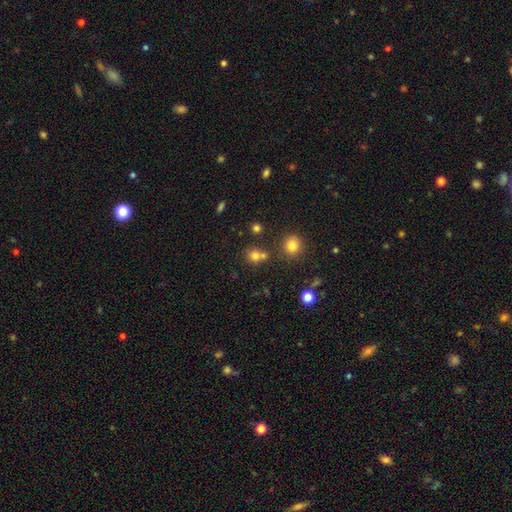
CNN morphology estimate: Smooth or featured?
  - smooth: 74% *
  - star or artifact: 18%
  - featured or disk: 8%
How rounded?
  - round: 86% *
  - in between: 13%
  - cigar-shaped: 1%
Merging?
  - none: 61% *
  - merger: 27%
  - minor disturbance: 8%
  - major disturbance: 3%